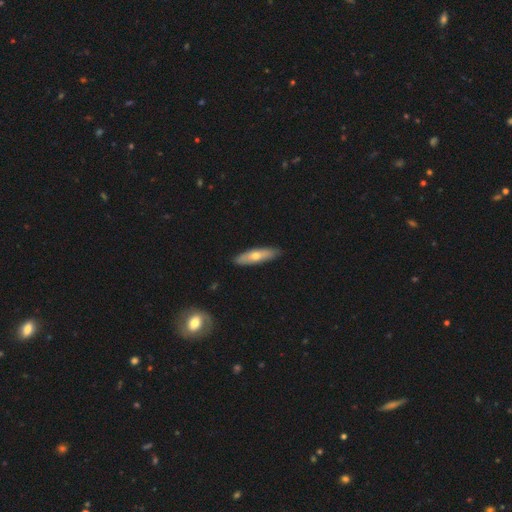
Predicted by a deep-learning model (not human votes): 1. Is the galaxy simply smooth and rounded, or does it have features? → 57% smooth, 38% featured or disk, 5% star or artifact.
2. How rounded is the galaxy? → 63% cigar-shaped, 35% in between, 2% round.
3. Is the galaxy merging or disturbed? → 89% none, 8% minor disturbance, 2% major disturbance, 1% merger.